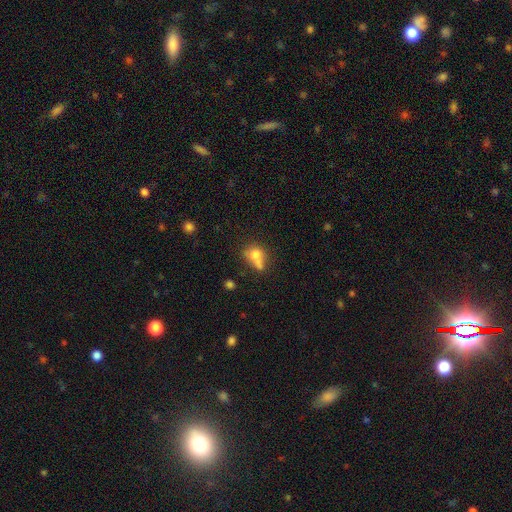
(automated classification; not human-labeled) A smooth galaxy with no disk features (69%) that is round (53%).

Vote fractions:
- Smooth or featured? smooth: 69% / featured or disk: 19% / star or artifact: 12%
- How rounded? round: 53% / in between: 44% / cigar-shaped: 3%
- Merging? merger: 38% / none: 32% / minor disturbance: 18% / major disturbance: 12%